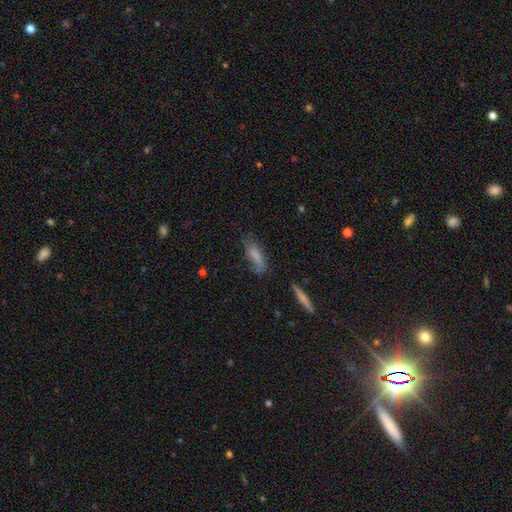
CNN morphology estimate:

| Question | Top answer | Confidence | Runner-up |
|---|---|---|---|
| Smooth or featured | smooth | 71% | featured or disk (20%) |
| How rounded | in between | 56% | cigar-shaped (41%) |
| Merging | none | 53% | minor disturbance (29%) |